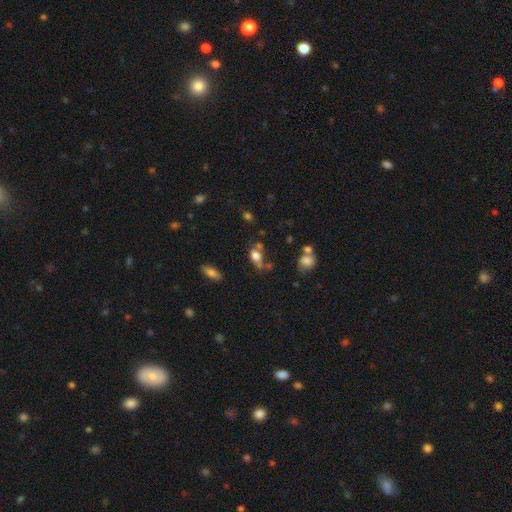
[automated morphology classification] smooth 73%, featured or disk 14%, star or artifact 13%. Down the decision tree: how rounded — in between (75%); merging — none (42%).